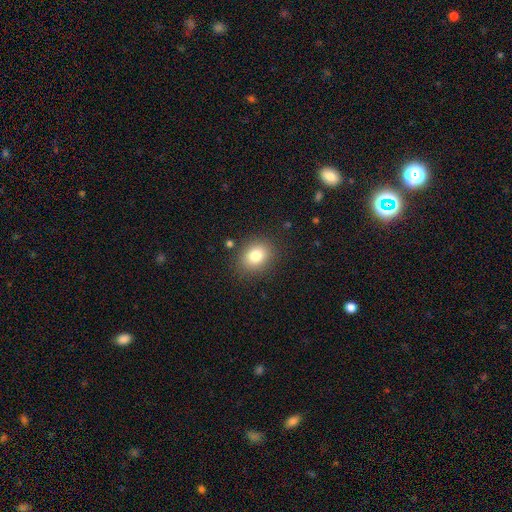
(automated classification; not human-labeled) smooth-or-featured: smooth: 81% | star or artifact: 11% | featured or disk: 8%
  how-rounded: round: 52% | in between: 47% | cigar-shaped: 1%
  merging: none: 86% | minor disturbance: 9% | major disturbance: 3% | merger: 2%